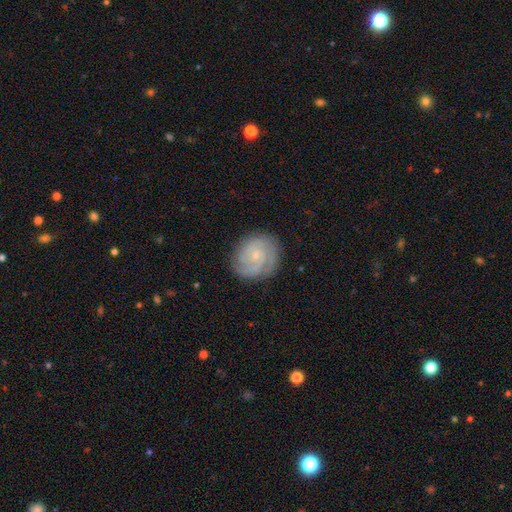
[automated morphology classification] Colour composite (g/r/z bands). It shows a featured or disk galaxy (77%) with no bar (75%), 3 (30%) tight (70%) spiral arms (95%) and a small central bulge (81%). Merging: none (81%).